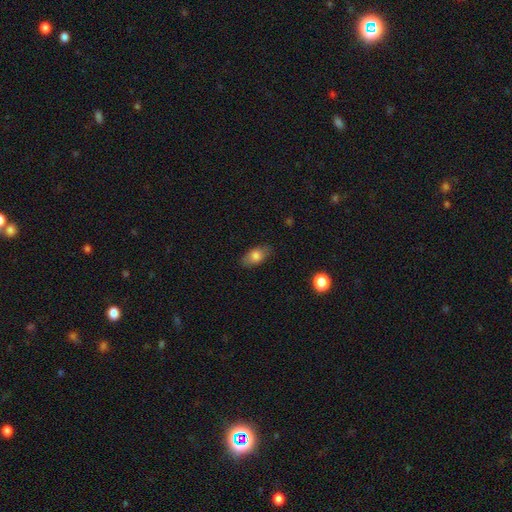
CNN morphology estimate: This appears to be a smooth galaxy with no disk features (77%) that is in between round and cigar-shaped (88%). Merging: none (82%).